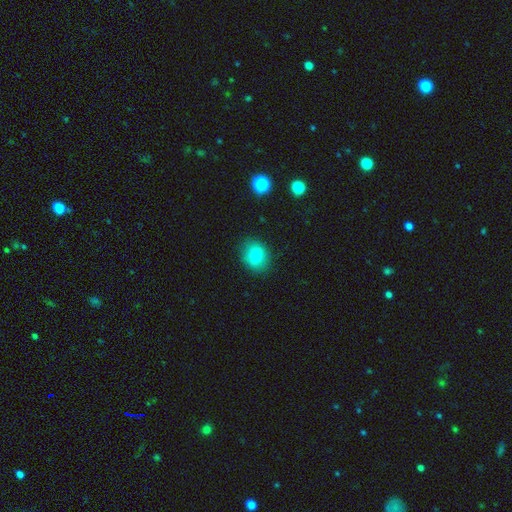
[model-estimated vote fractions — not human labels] The model was most divided on "how rounded": round: 58%, in between: 41%, cigar-shaped: 1%. More confident: merging — none (84%); smooth or featured — smooth (76%).